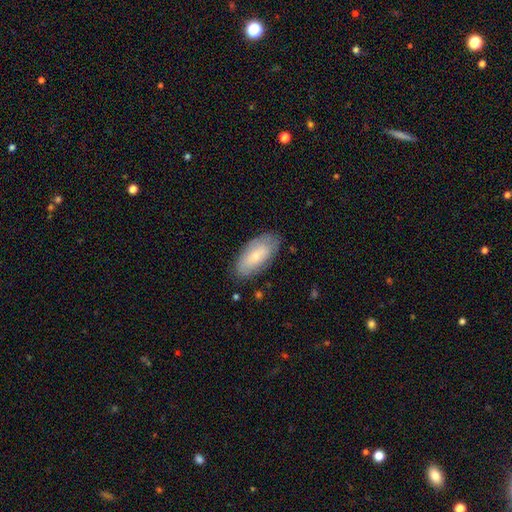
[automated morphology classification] smooth_or_featured: smooth (p=0.65) [alt: featured or disk p=0.29]
how_rounded: in between (p=0.91) [alt: cigar-shaped p=0.06]
merging: none (p=0.77) [alt: minor disturbance p=0.17]